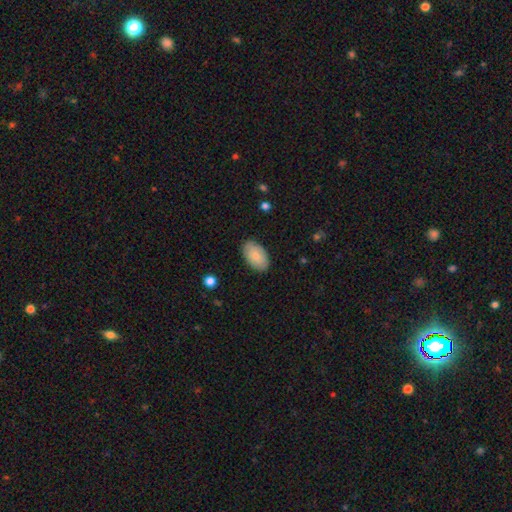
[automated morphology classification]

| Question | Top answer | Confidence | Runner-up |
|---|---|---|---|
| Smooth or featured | smooth | 83% | featured or disk (12%) |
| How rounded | in between | 95% | round (3%) |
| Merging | none | 86% | minor disturbance (10%) |